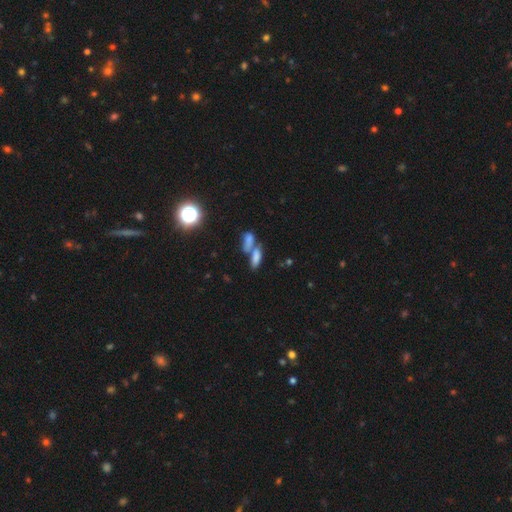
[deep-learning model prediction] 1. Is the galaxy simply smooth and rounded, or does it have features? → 69% smooth, 16% featured or disk, 15% star or artifact.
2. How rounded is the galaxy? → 60% in between, 34% cigar-shaped, 5% round.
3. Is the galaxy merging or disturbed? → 55% merger, 33% none, 8% minor disturbance, 5% major disturbance.